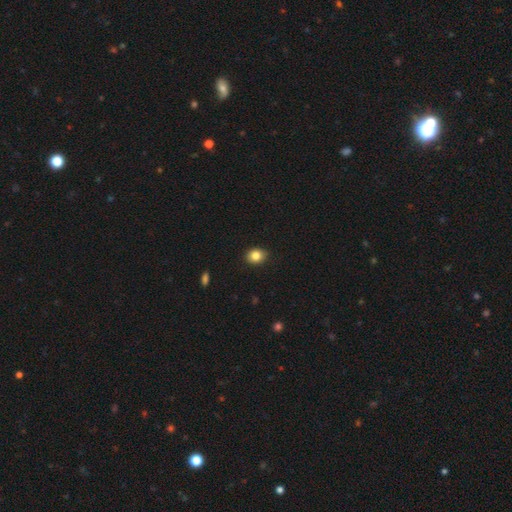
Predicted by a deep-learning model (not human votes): Smooth or featured?
  - smooth: 85% *
  - star or artifact: 10%
  - featured or disk: 6%
How rounded?
  - round: 52% *
  - in between: 47%
  - cigar-shaped: 1%
Merging?
  - none: 89% *
  - minor disturbance: 8%
  - major disturbance: 2%
  - merger: 1%